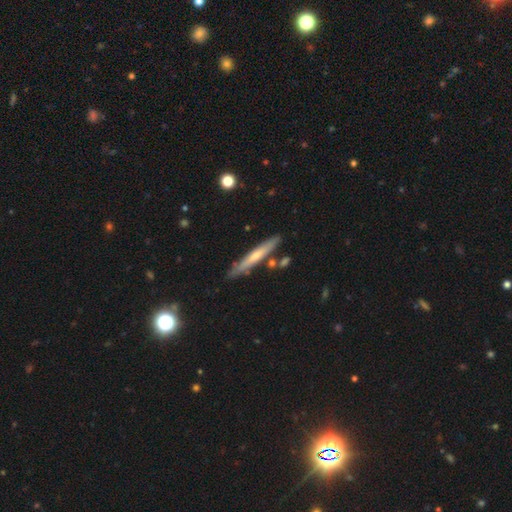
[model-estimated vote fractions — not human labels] Smooth or featured? Predicted: featured or disk (p=0.50). Edge-on disk? Predicted: yes (p=0.91). Merging? Predicted: none (p=0.81).